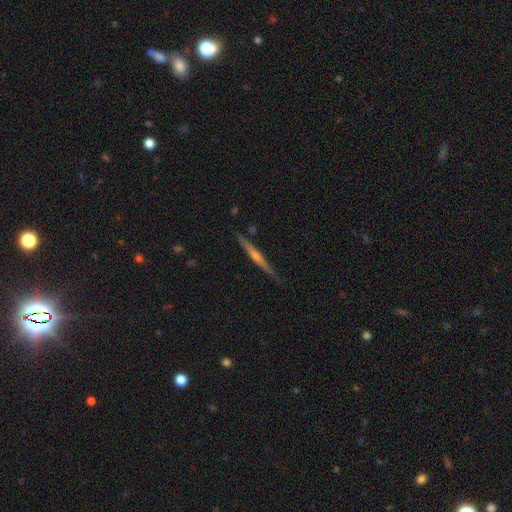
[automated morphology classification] The model was most divided on "edge-on bulge": rounded: 75%, none: 17%, boxy: 8%. More confident: edge-on disk — yes (98%); merging — none (89%); smooth or featured — featured or disk (78%).